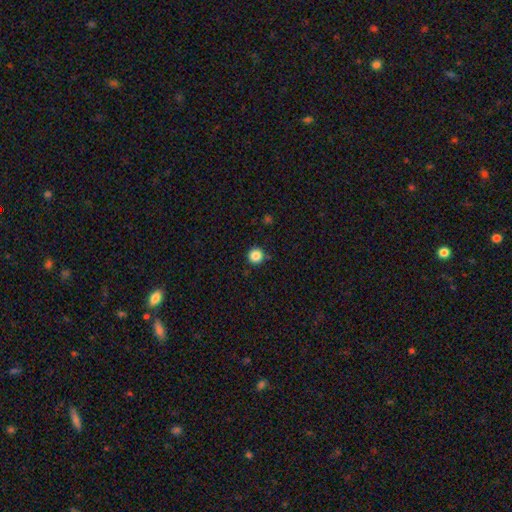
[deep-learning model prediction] This is clearly a smooth galaxy (86%). How rounded: clearly round (96%). Merging: clearly none (91%).